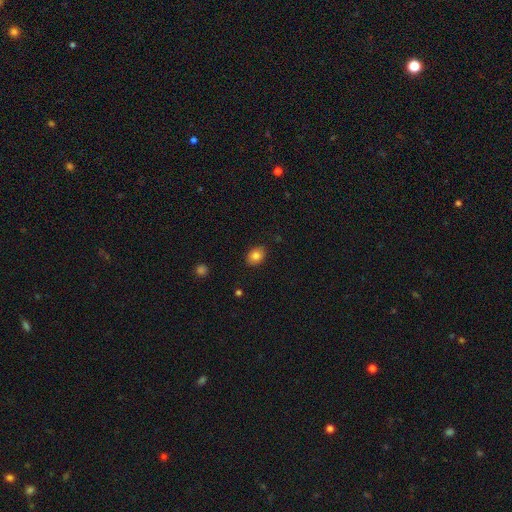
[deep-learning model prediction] smooth_or_featured: smooth (p=0.84) [alt: star or artifact p=0.09]
how_rounded: in between (p=0.70) [alt: round p=0.29]
merging: none (p=0.87) [alt: minor disturbance p=0.10]